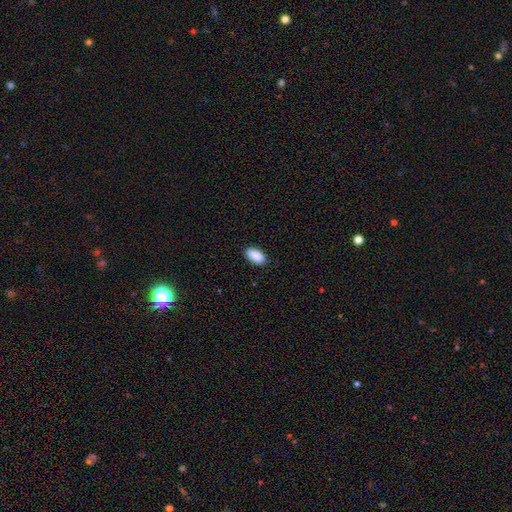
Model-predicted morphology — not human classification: Smooth or featured: smooth — 91% (star or artifact — 6%)
How rounded: in between — 95% (round — 3%)
Merging: none — 88% (minor disturbance — 9%)